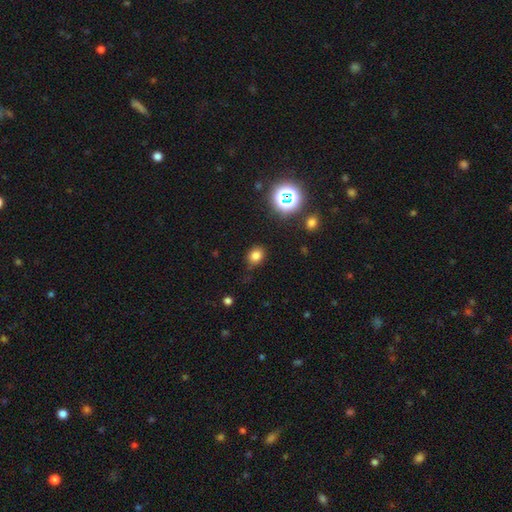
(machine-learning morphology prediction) smooth_or_featured: smooth (p=0.76) [alt: star or artifact p=0.17]
how_rounded: round (p=0.52) [alt: in between p=0.47]
merging: none (p=0.76) [alt: minor disturbance p=0.18]